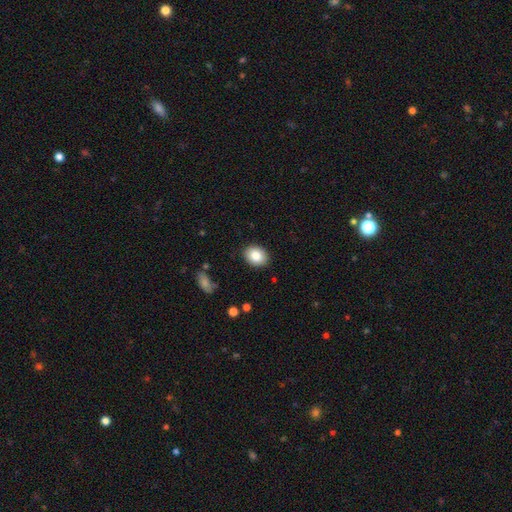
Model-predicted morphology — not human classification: Smooth or featured?
  - smooth: 85% *
  - star or artifact: 8%
  - featured or disk: 7%
How rounded?
  - in between: 58% *
  - round: 41%
  - cigar-shaped: 1%
Merging?
  - none: 89% *
  - minor disturbance: 8%
  - major disturbance: 2%
  - merger: 1%